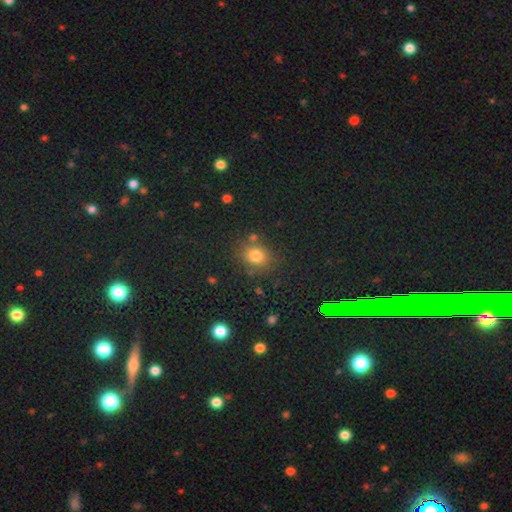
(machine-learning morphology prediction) smooth 76%, star or artifact 16%, featured or disk 7%. Down the decision tree: how rounded — round (71%); merging — none (78%).